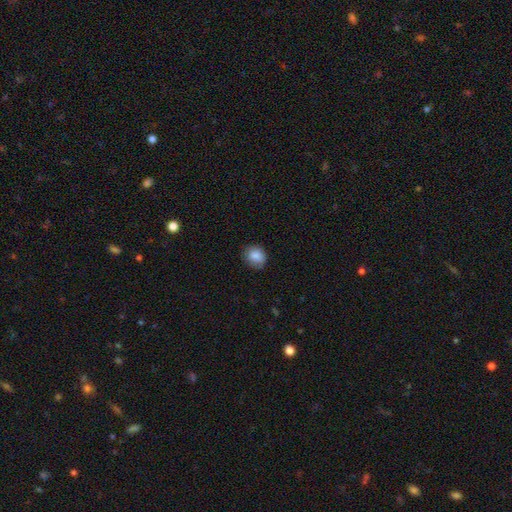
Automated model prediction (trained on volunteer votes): smooth 87%, star or artifact 8%, featured or disk 5%. Down the decision tree: how rounded — round (67%); merging — none (77%).